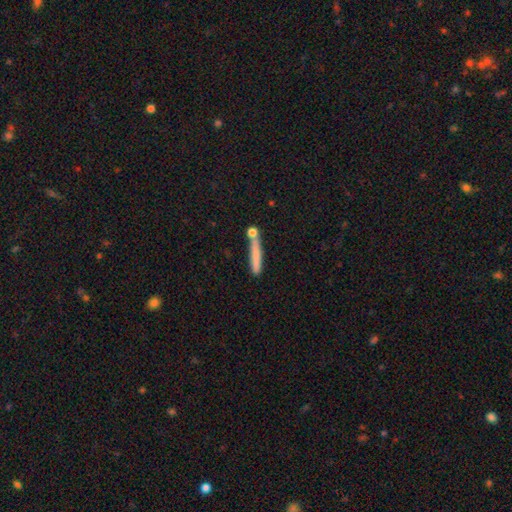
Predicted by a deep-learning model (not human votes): Smooth or featured? Predicted: smooth (p=0.71). How rounded? Predicted: cigar-shaped (p=0.92). Merging? Predicted: none (p=0.61).